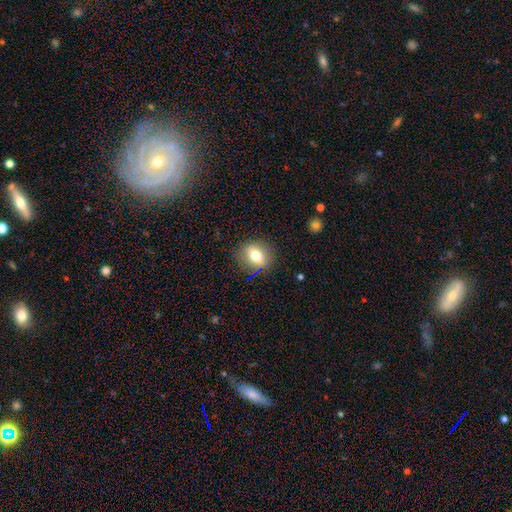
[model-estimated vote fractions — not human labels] Morphology: type=smooth (68%); roundness=in between (53%); merging=none (82%).